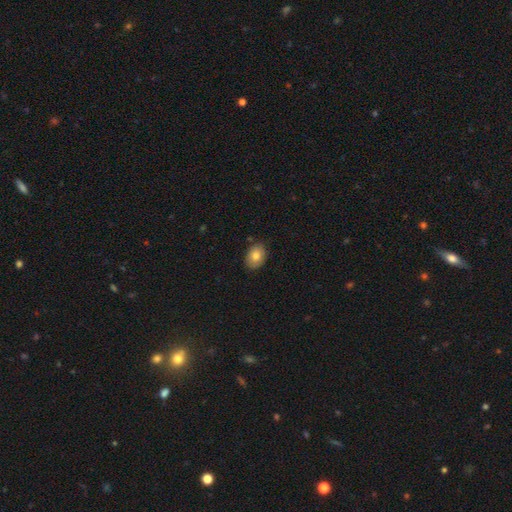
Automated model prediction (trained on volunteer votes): Smooth or featured? smooth (81%)
How rounded? in between (79%)
Merging? none (84%)